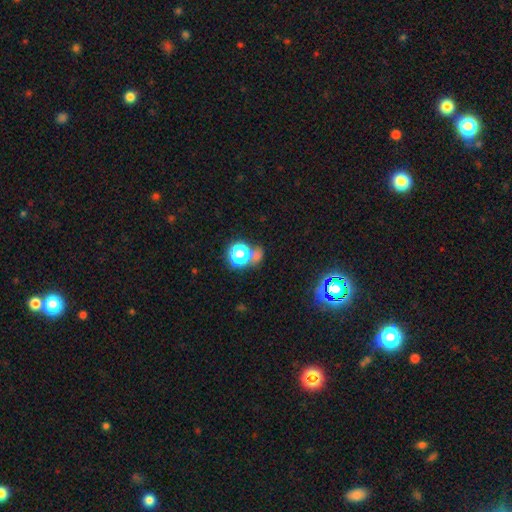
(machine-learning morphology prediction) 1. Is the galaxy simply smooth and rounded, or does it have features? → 60% smooth, 30% star or artifact, 10% featured or disk.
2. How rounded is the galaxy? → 78% round, 20% in between, 2% cigar-shaped.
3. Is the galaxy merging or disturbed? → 49% none, 27% merger, 13% minor disturbance, 10% major disturbance.